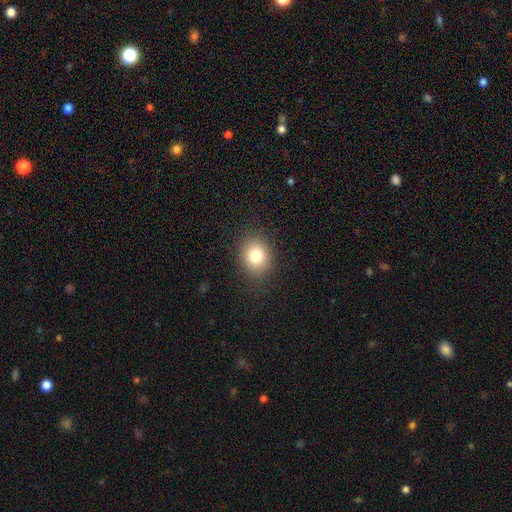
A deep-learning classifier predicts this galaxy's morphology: type=smooth (80%); roundness=round (61%); merging=none (87%).